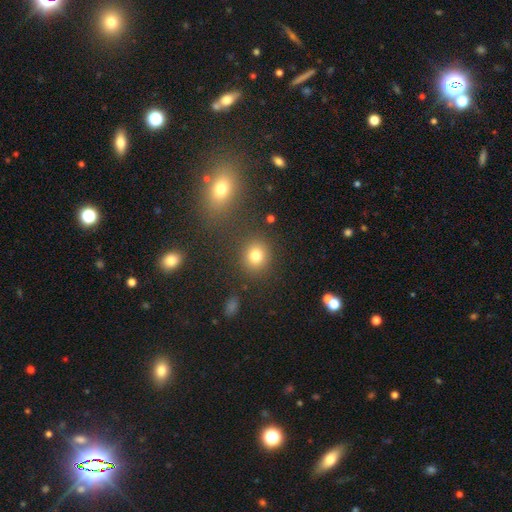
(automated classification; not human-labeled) This is likely a smooth galaxy (79%). How rounded: clearly round (81%). Merging: clearly none (85%).